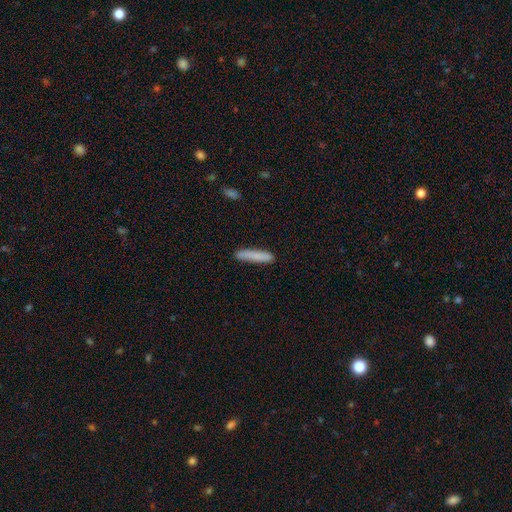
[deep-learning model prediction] Smooth or featured?
  - smooth: 83% *
  - featured or disk: 11%
  - star or artifact: 6%
How rounded?
  - cigar-shaped: 91% *
  - in between: 8%
  - round: 1%
Merging?
  - none: 87% *
  - minor disturbance: 10%
  - major disturbance: 2%
  - merger: 1%